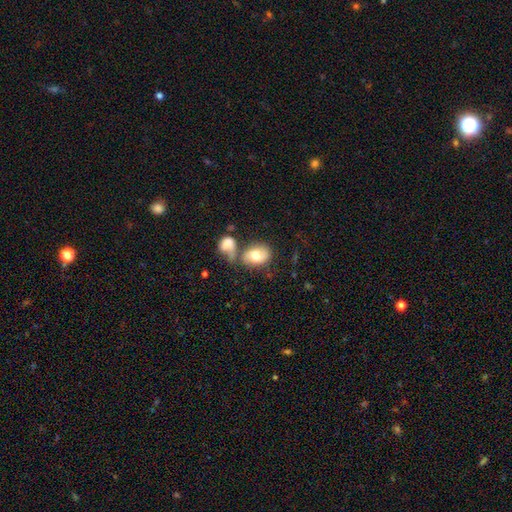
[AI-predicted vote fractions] Q: Smooth or featured?
A: smooth (67%); runner-up: featured or disk (26%)
Q: How rounded?
A: in between (68%); runner-up: round (31%)
Q: Merging?
A: none (38%); runner-up: merger (36%)